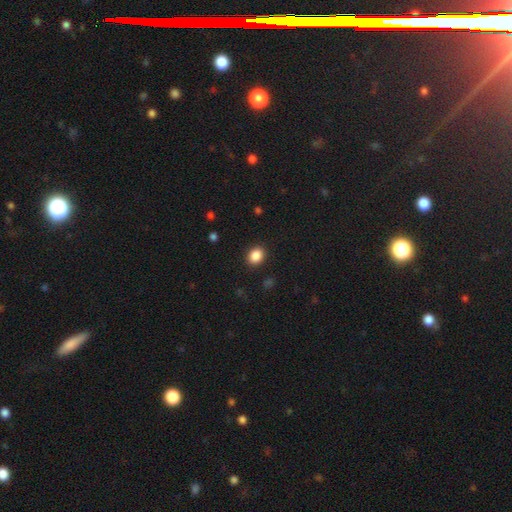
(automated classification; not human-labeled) Overall: smooth (88%). How rounded: round (54%; in between 45%). Merging: none (90%).